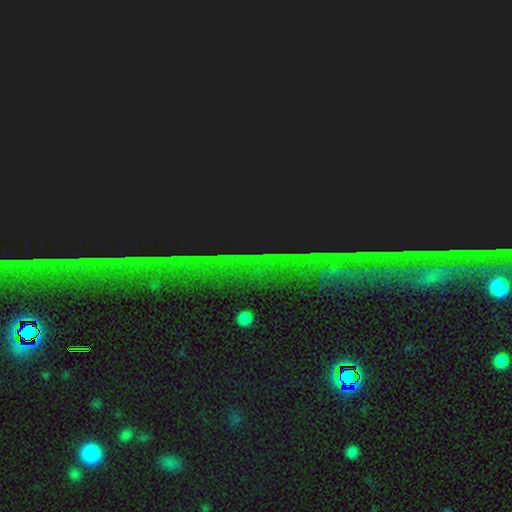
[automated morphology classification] Overall: star or artifact (86%).